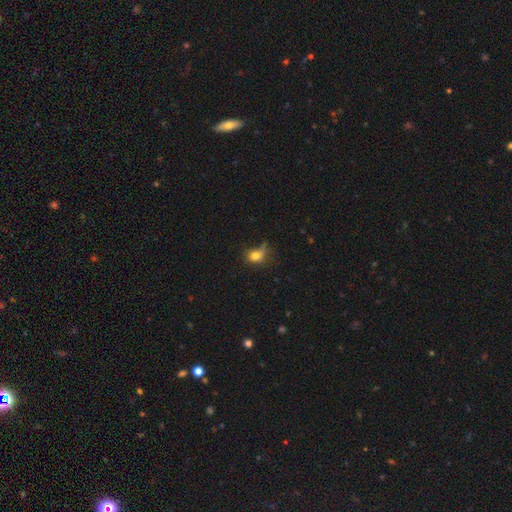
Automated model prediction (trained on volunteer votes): The model was most divided on "merging": none: 43%, minor disturbance: 31%, major disturbance: 21%, merger: 5%. More confident: smooth or featured — smooth (75%); how rounded — in between (56%).